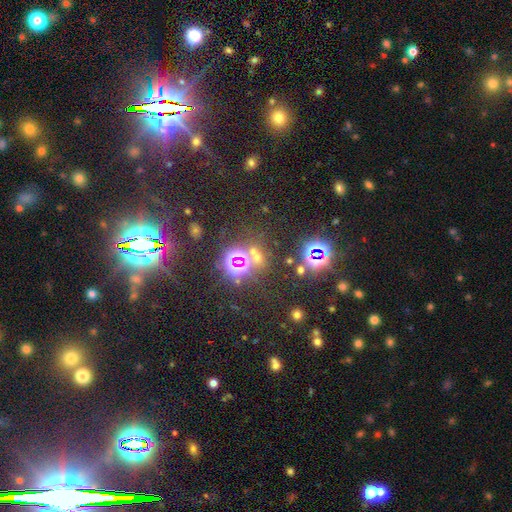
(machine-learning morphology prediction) smooth_or_featured: star or artifact (p=0.63) [alt: smooth p=0.28]